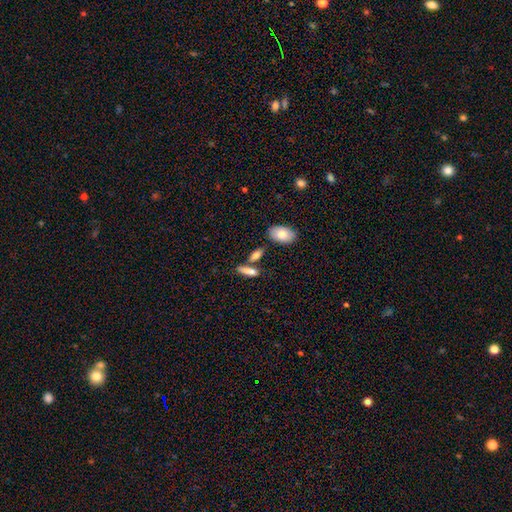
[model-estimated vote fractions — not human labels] Smooth or featured? Predicted: smooth (p=0.78). How rounded? Predicted: in between (p=0.59). Merging? Predicted: none (p=0.65).